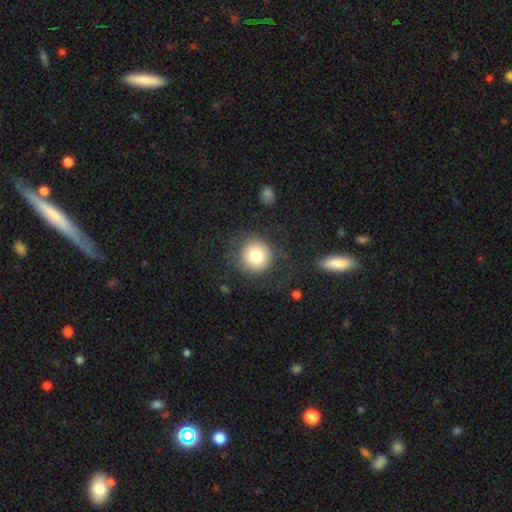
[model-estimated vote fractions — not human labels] A smooth galaxy with no disk features (79%) that is round (94%). Merging: none (80%).